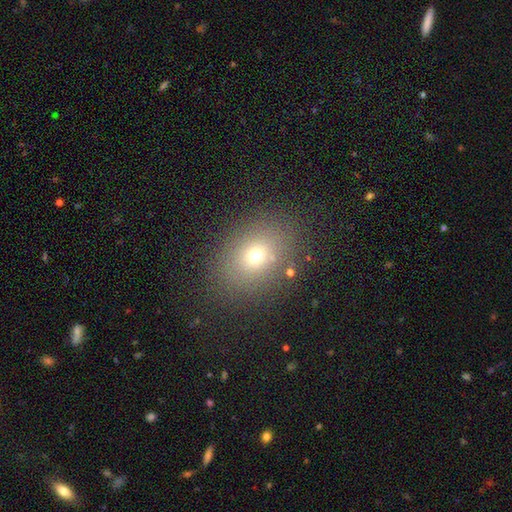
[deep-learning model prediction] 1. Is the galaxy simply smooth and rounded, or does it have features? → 66% smooth, 20% star or artifact, 14% featured or disk.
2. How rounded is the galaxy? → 53% in between, 46% round, 1% cigar-shaped.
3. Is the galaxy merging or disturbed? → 82% none, 10% minor disturbance, 5% major disturbance, 2% merger.